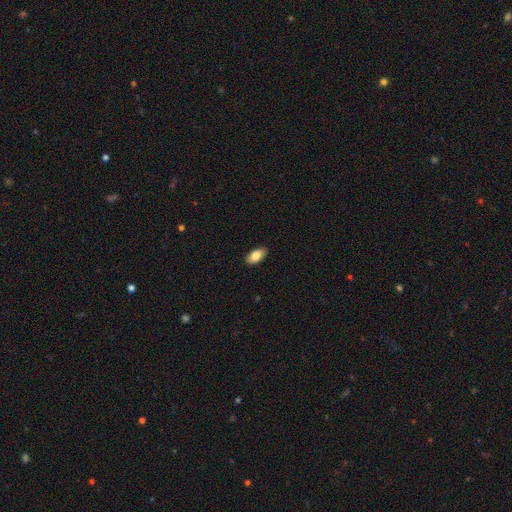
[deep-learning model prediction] A smooth galaxy with no disk features (85%) that is in between round and cigar-shaped (93%). Merging: none (89%).